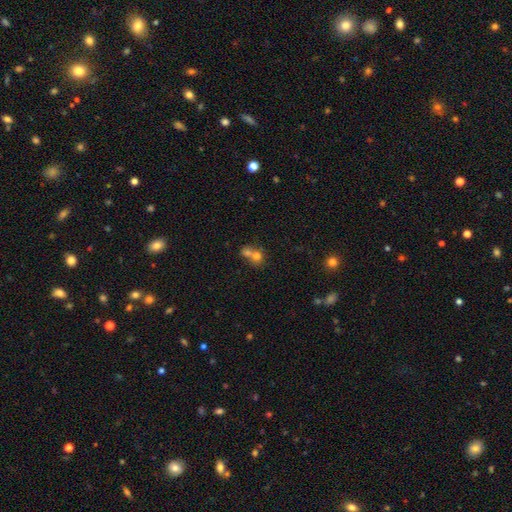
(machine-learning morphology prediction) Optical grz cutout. It shows a smooth galaxy with no disk features (69%) that is round (73%). Merging: merger (62%).